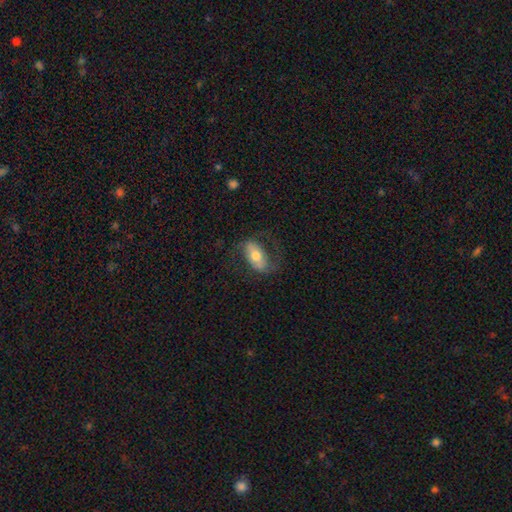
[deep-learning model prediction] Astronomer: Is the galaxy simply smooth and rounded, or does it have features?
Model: featured or disk — 47% (runner-up: smooth, 46%).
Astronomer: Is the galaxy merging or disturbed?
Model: none — 66%.